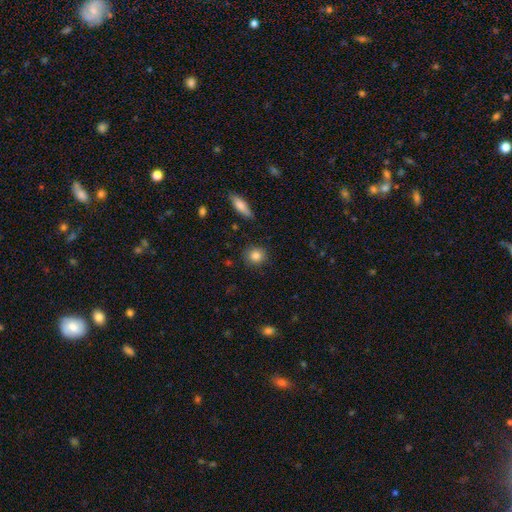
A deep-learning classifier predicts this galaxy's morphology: A smooth galaxy with no disk features (84%) that is round (84%). Merging: none (87%).